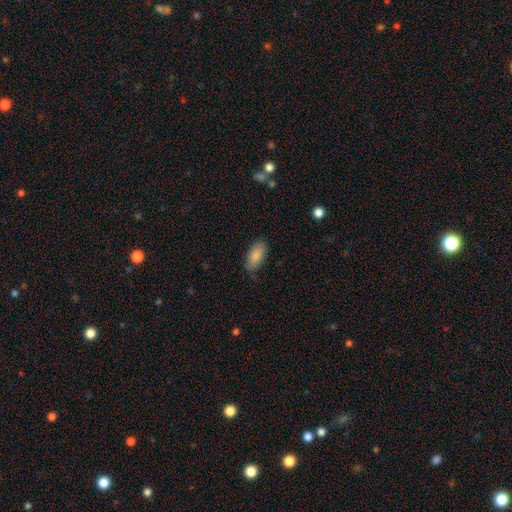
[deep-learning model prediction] Overall: smooth (87%). How rounded: in between (89%). Merging: none (82%).